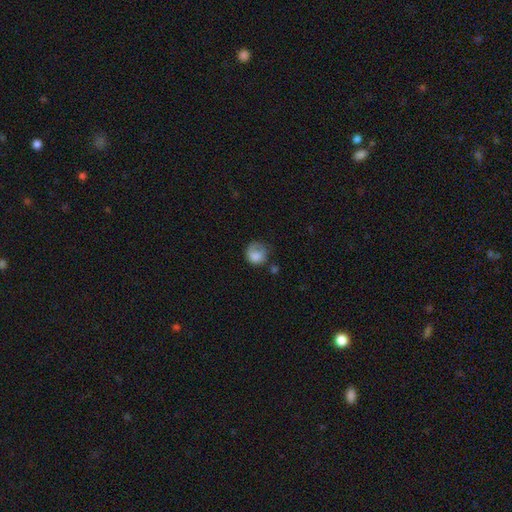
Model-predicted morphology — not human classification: Smooth or featured: smooth — 73% (featured or disk — 19%)
How rounded: round — 76% (in between — 23%)
Merging: none — 41% (minor disturbance — 28%)